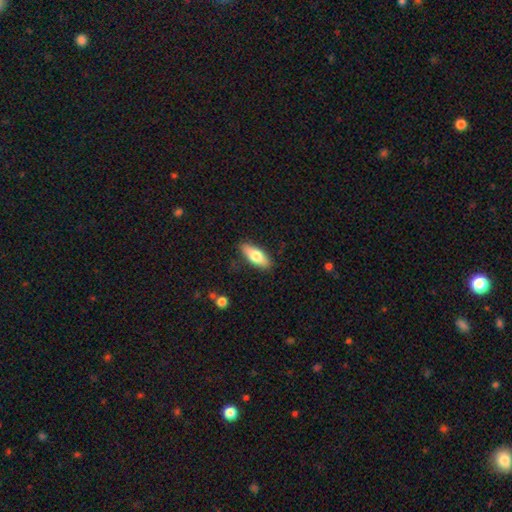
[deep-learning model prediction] Overall: smooth (69%). How rounded: in between (70%). Merging: none (86%).